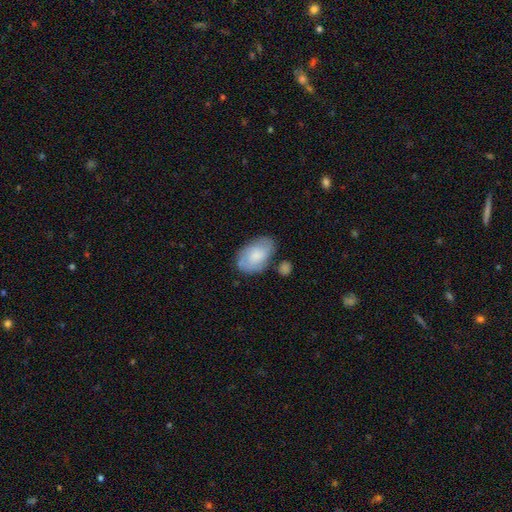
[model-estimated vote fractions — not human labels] Smooth or featured? Predicted: smooth (p=0.69). How rounded? Predicted: in between (p=0.92). Merging? Predicted: none (p=0.62).